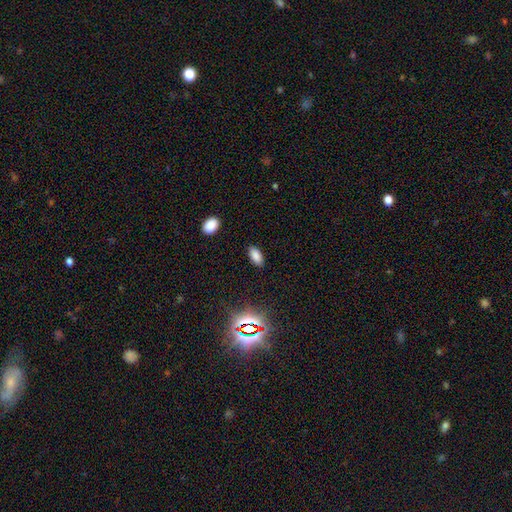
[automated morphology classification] A smooth galaxy with no disk features (82%) that is in between round and cigar-shaped (90%).

Vote fractions:
- Smooth or featured? smooth: 82% / star or artifact: 13% / featured or disk: 5%
- How rounded? in between: 90% / cigar-shaped: 7% / round: 3%
- Merging? none: 87% / minor disturbance: 9% / major disturbance: 3% / merger: 1%